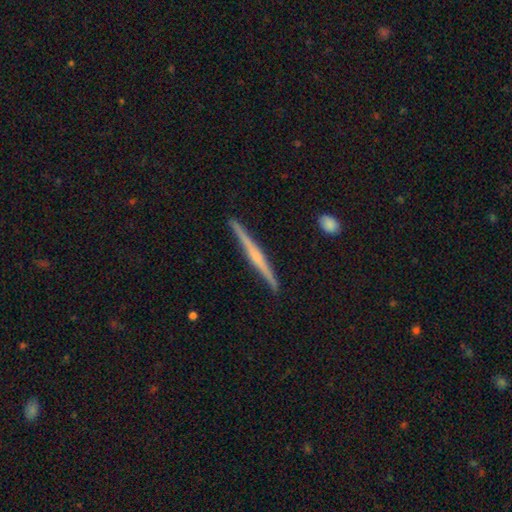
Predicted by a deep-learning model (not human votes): This is likely a featured or disk galaxy (71%). It is clearly viewed edge-on (98%). Edge-on bulge: possibly rounded (48%). Merging: clearly none (92%).